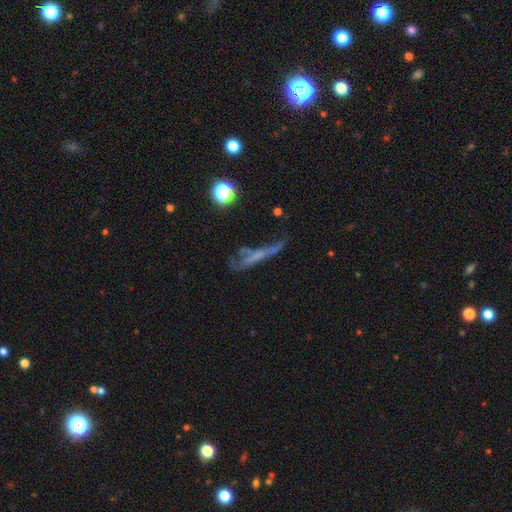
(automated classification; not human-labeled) This is marginally a featured or disk galaxy (44%). Merging: marginally major disturbance (34%, tied with none).